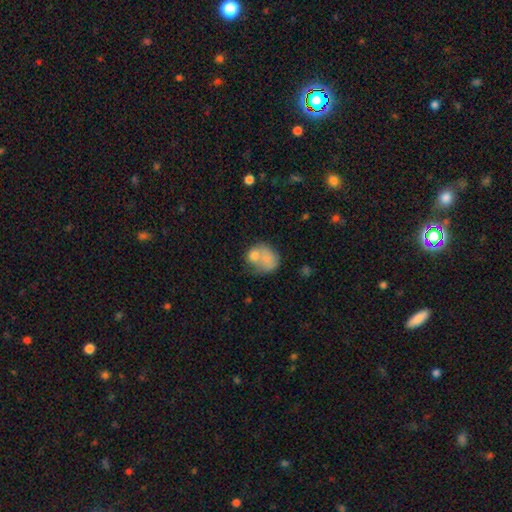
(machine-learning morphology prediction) Q: Smooth or featured?
A: smooth (70%); runner-up: featured or disk (20%)
Q: How rounded?
A: round (59%); runner-up: in between (40%)
Q: Merging?
A: merger (50%); runner-up: none (29%)